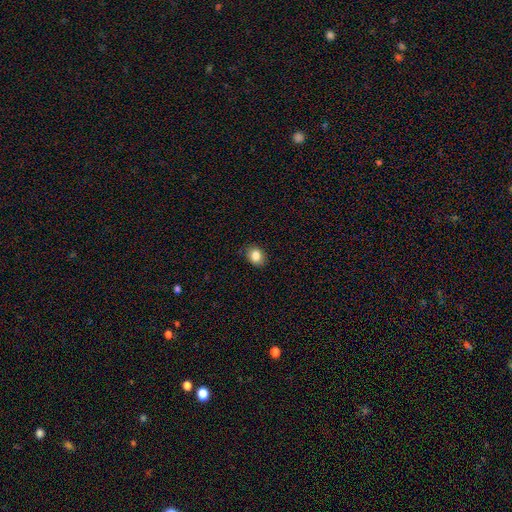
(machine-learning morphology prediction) smooth 84%, star or artifact 9%, featured or disk 7%. Down the decision tree: how rounded — in between (57%); merging — none (87%).